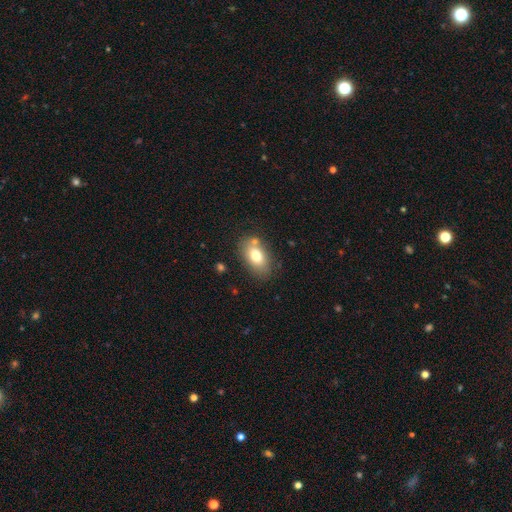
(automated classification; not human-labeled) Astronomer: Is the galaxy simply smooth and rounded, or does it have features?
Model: smooth — 75%.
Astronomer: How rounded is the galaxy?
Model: in between — 87%.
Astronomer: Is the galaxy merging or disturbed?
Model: none — 72%.